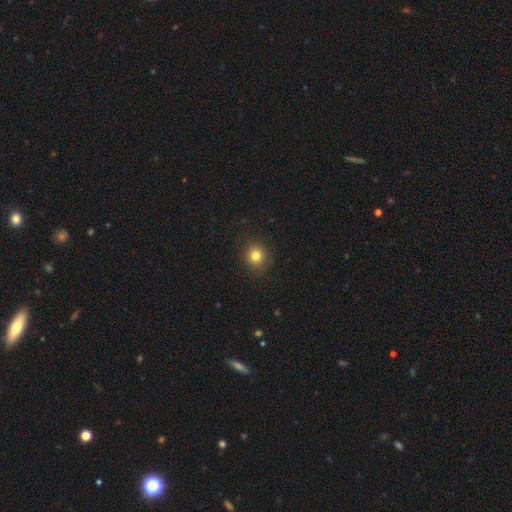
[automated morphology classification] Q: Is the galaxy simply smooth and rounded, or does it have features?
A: smooth — 81%.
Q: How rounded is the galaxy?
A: round — 88%.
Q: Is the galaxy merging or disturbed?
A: none — 90%.